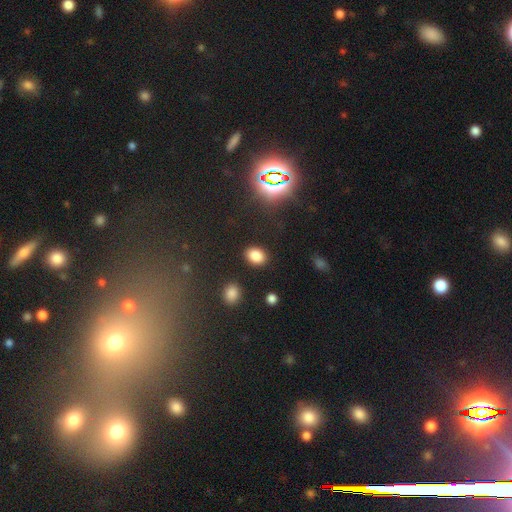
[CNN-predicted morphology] Smooth or featured: smooth — 81% (star or artifact — 13%)
How rounded: in between — 70% (round — 28%)
Merging: none — 87% (minor disturbance — 8%)